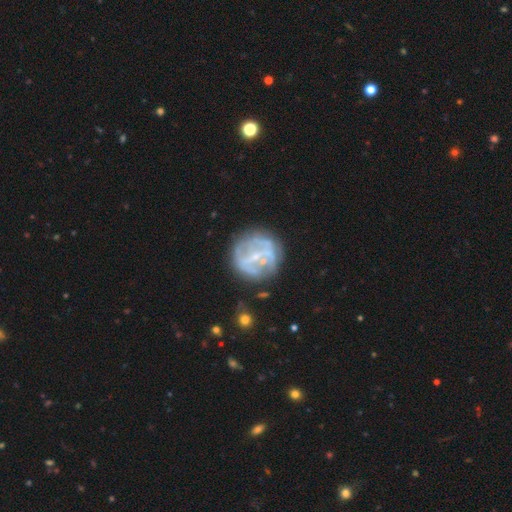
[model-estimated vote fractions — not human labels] A featured or disk galaxy (70%) with a weak bar (38%), no spiral arms (51%) and a small central bulge (66%). Merging: none (71%).